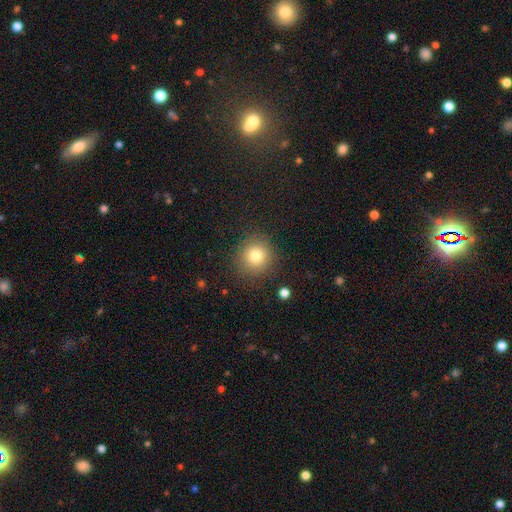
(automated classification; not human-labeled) smooth-or-featured: smooth: 80% | star or artifact: 12% | featured or disk: 8%
  how-rounded: round: 92% | in between: 7% | cigar-shaped: 1%
  merging: none: 88% | minor disturbance: 8% | major disturbance: 3% | merger: 2%